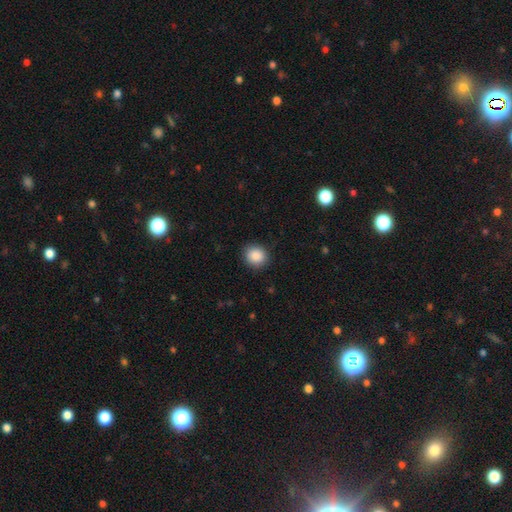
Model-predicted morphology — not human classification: smooth-or-featured: smooth: 88% | star or artifact: 8% | featured or disk: 3%
  how-rounded: round: 80% | in between: 19% | cigar-shaped: 1%
  merging: none: 89% | minor disturbance: 7% | major disturbance: 2% | merger: 1%